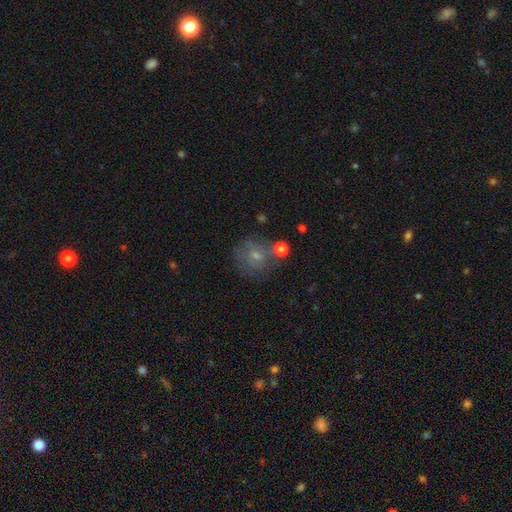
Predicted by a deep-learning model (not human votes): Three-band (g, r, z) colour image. It shows a smooth galaxy with no disk features (49%). Merging: none (57%).